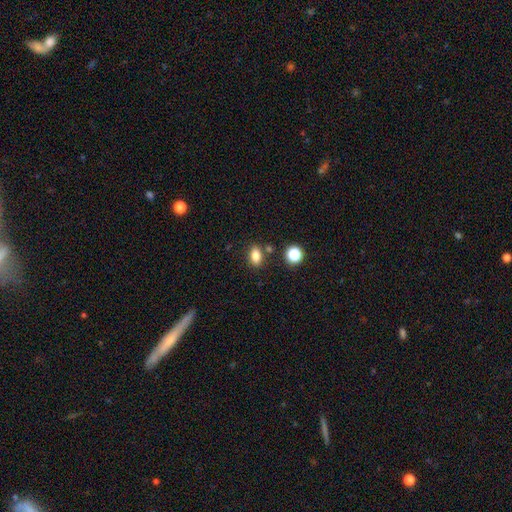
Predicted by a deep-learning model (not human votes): smooth 82%, star or artifact 11%, featured or disk 7%. Down the decision tree: how rounded — in between (80%); merging — none (80%).